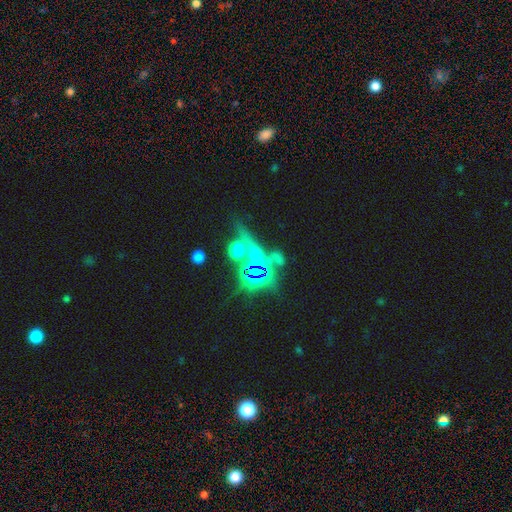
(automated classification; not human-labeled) Overall: star or artifact (57%; smooth 26%).